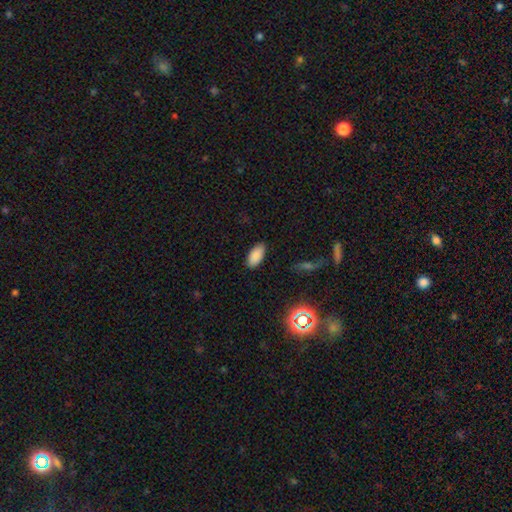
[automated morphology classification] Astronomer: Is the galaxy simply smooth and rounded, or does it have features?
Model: smooth — 86%.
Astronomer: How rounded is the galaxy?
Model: in between — 93%.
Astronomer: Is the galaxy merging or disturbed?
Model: none — 87%.